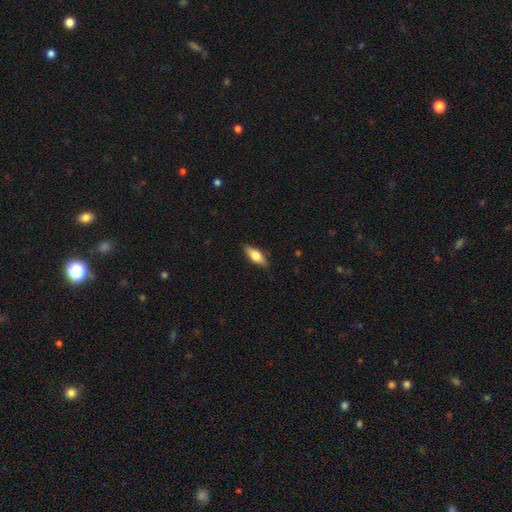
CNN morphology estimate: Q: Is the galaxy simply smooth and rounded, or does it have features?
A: smooth — 70%.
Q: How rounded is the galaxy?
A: in between — 73%.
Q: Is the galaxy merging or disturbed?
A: none — 84%.